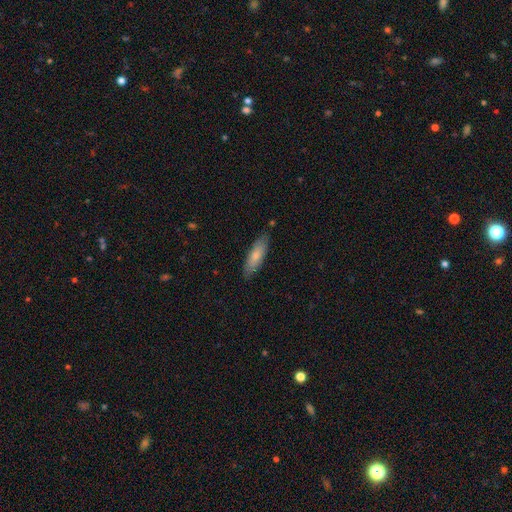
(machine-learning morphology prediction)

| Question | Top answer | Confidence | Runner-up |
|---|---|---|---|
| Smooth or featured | smooth | 75% | featured or disk (20%) |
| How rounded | cigar-shaped | 51% | in between (48%) |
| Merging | none | 82% | minor disturbance (14%) |